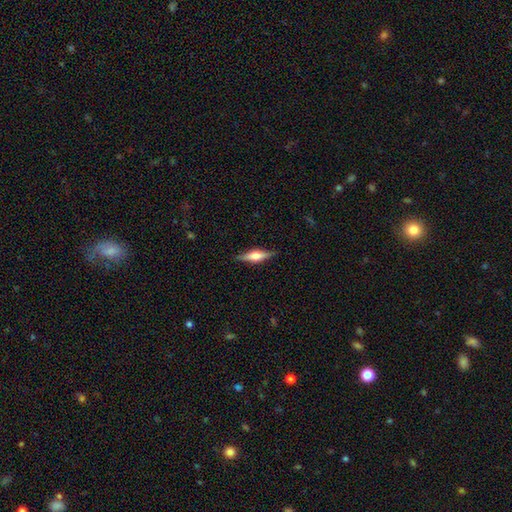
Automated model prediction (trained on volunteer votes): Smooth or featured? Predicted: featured or disk (p=0.62). Edge-on disk? Predicted: yes (p=0.96). Edge-on bulge? Predicted: rounded (p=0.85). Merging? Predicted: none (p=0.88).